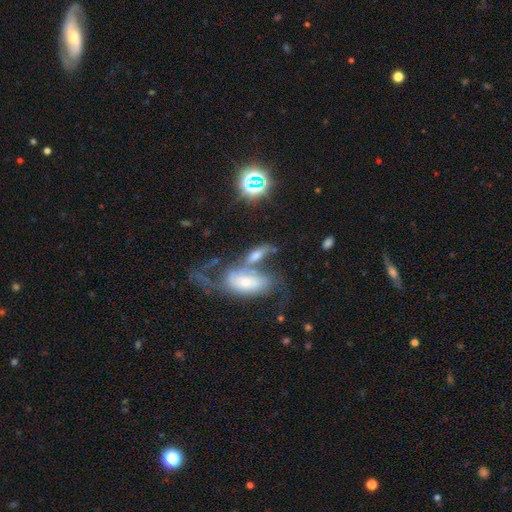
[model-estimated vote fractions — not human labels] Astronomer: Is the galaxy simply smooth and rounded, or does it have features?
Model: smooth — 49% (runner-up: featured or disk, 38%).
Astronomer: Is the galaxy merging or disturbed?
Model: merger — 48%.